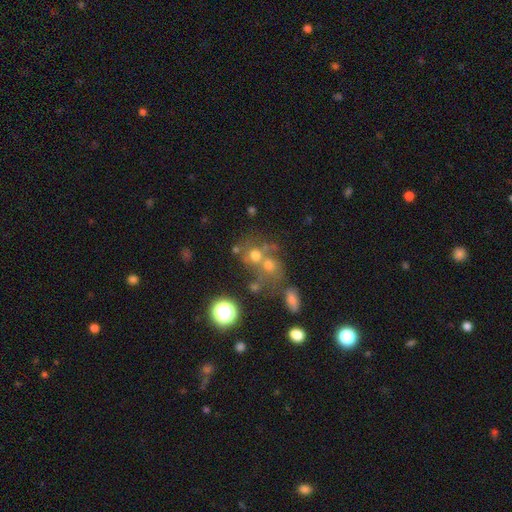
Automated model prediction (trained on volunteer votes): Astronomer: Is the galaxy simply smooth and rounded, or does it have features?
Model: smooth — 60%.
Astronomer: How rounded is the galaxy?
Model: round — 77%.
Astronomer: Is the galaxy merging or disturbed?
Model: merger — 42% (runner-up: none, 41%).